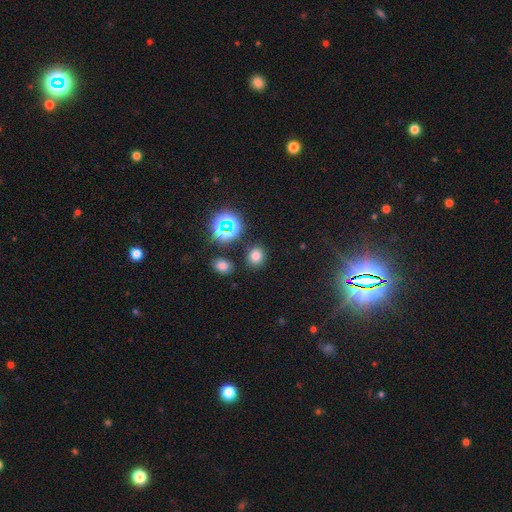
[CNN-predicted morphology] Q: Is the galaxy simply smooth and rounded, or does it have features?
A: smooth — 73%.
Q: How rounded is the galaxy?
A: round — 73%.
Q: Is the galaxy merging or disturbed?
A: none — 83%.